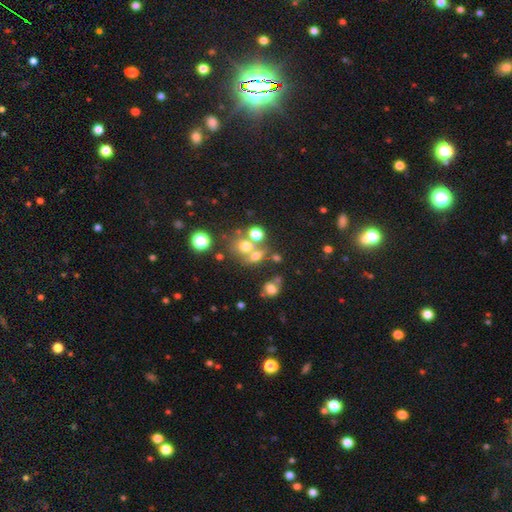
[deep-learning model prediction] This appears to be a smooth galaxy with no disk features (61%) that is round (66%). Merging: none (44%).